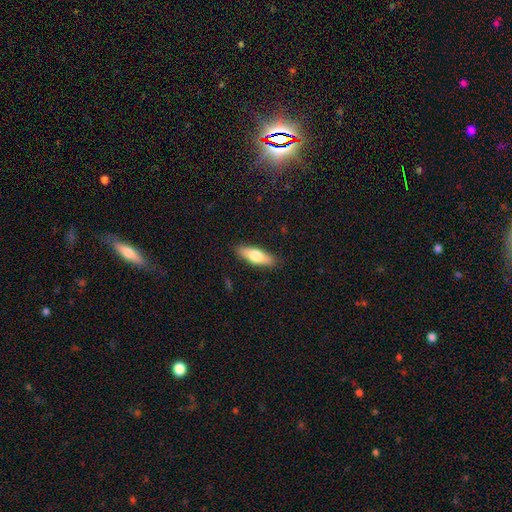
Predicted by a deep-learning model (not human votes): smooth 66%, featured or disk 29%, star or artifact 6%. Down the decision tree: how rounded — in between (52%); merging — none (88%).